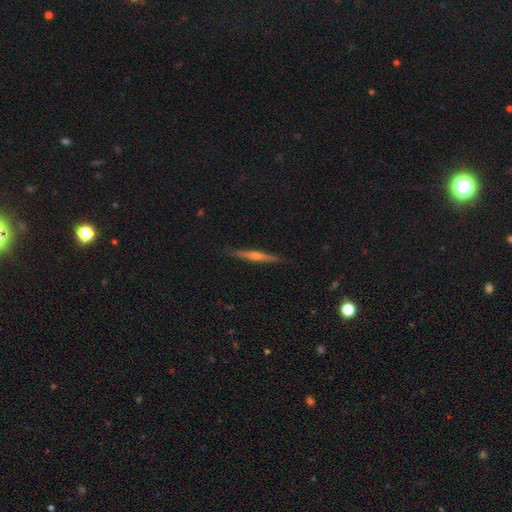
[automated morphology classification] Q: Smooth or featured?
A: featured or disk (74%); runner-up: smooth (20%)
Q: Edge-on disk?
A: yes (98%); runner-up: no (2%)
Q: Edge-on bulge?
A: rounded (80%); runner-up: none (15%)
Q: Merging?
A: none (90%); runner-up: minor disturbance (8%)